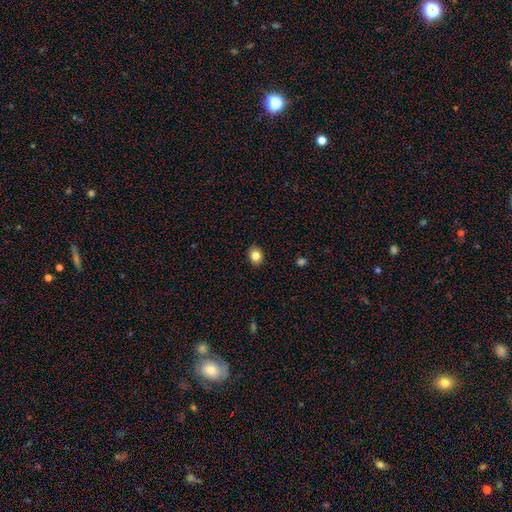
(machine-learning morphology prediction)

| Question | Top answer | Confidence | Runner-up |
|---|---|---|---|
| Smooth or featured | smooth | 84% | star or artifact (10%) |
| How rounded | round | 59% | in between (40%) |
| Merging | none | 90% | minor disturbance (7%) |